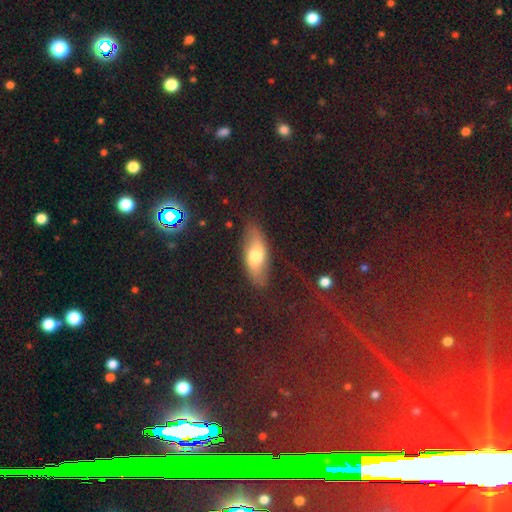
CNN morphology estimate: Smooth or featured? smooth (50%)
How rounded? in between (77%)
Merging? none (78%)